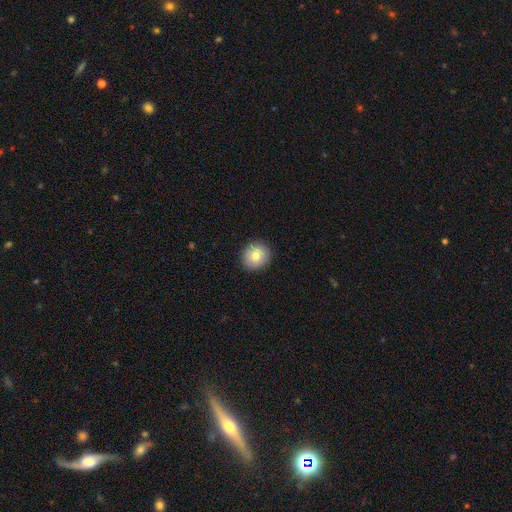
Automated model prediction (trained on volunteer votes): This is likely a smooth galaxy (78%). How rounded: clearly round (83%). Merging: clearly none (90%).